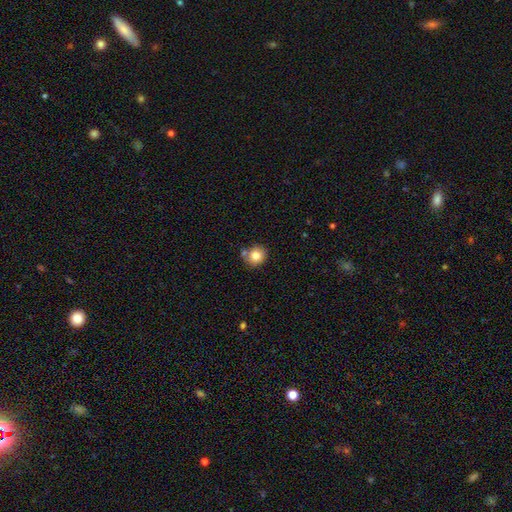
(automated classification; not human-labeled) Morphology: type=smooth (79%); roundness=round (88%); merging=none (69%).